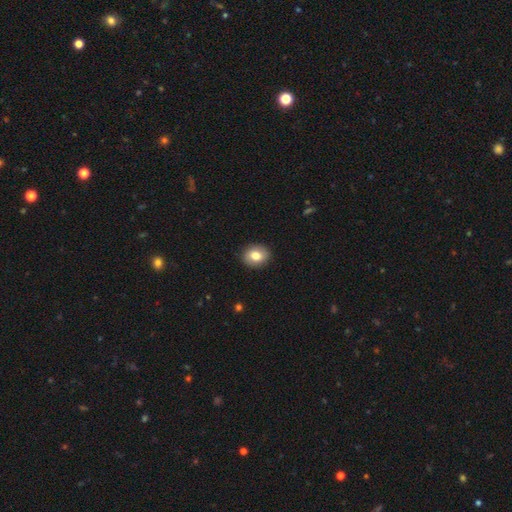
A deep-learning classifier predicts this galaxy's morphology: Smooth or featured?
  - smooth: 80% *
  - featured or disk: 12%
  - star or artifact: 8%
How rounded?
  - round: 59% *
  - in between: 40%
  - cigar-shaped: 1%
Merging?
  - none: 91% *
  - minor disturbance: 7%
  - major disturbance: 2%
  - merger: 1%